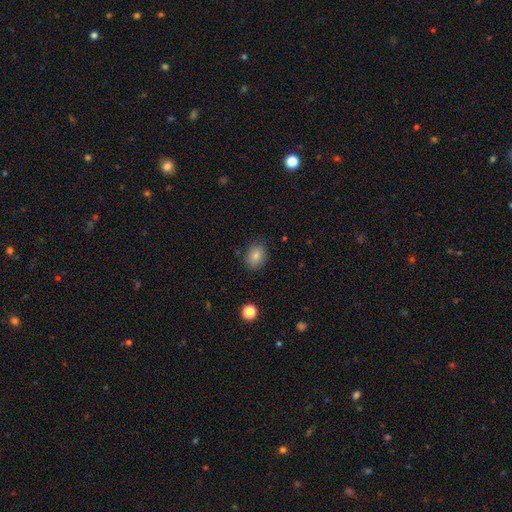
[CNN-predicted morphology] Q: Smooth or featured?
A: smooth (83%); runner-up: star or artifact (10%)
Q: How rounded?
A: in between (52%); runner-up: round (47%)
Q: Merging?
A: none (82%); runner-up: minor disturbance (13%)